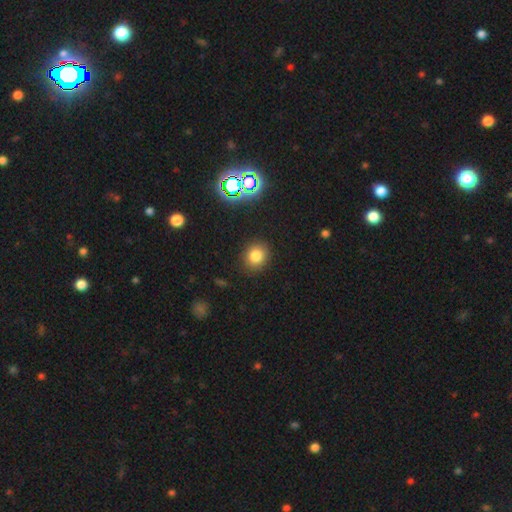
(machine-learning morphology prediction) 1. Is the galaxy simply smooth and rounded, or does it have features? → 78% smooth, 15% star or artifact, 6% featured or disk.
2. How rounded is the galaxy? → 77% round, 22% in between, 1% cigar-shaped.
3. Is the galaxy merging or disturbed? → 88% none, 8% minor disturbance, 3% major disturbance, 1% merger.